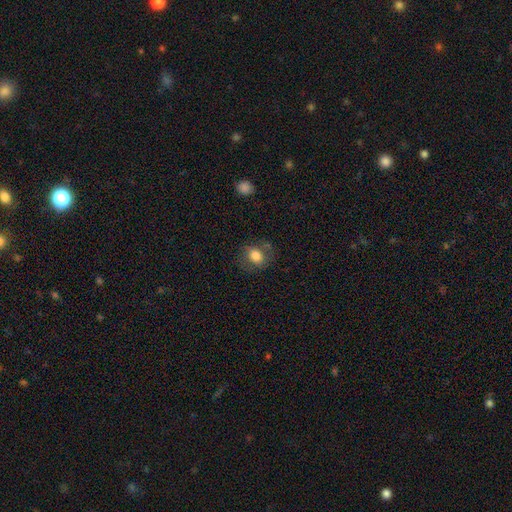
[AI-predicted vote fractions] Overall: smooth (77%). How rounded: round (54%; in between 45%). Merging: none (71%).